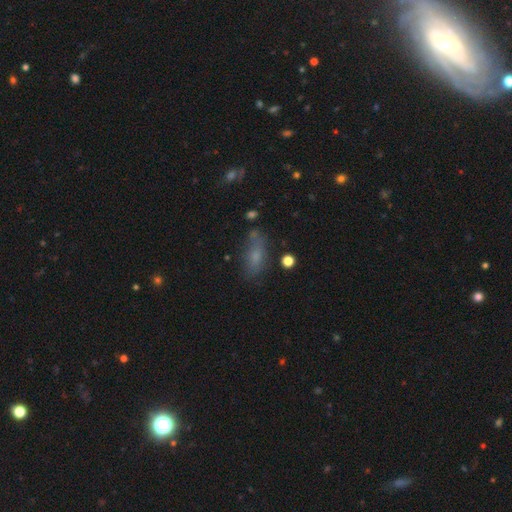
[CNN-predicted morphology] Smooth or featured? smooth (67%)
How rounded? in between (71%)
Merging? none (64%)